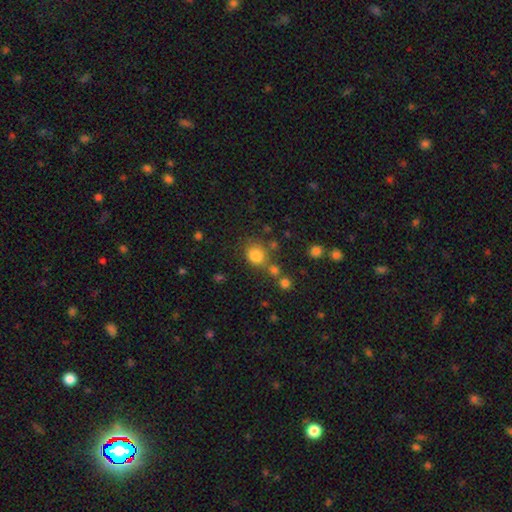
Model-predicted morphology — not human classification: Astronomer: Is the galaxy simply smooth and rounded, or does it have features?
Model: smooth — 81%.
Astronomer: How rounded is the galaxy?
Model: round — 75%.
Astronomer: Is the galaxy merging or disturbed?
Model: none — 65%.